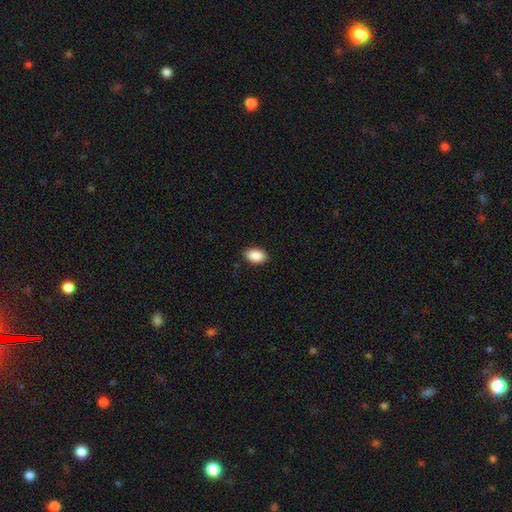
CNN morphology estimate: smooth-or-featured: smooth: 88% | star or artifact: 7% | featured or disk: 5%
  how-rounded: in between: 92% | round: 7% | cigar-shaped: 1%
  merging: none: 89% | minor disturbance: 8% | major disturbance: 2% | merger: 1%